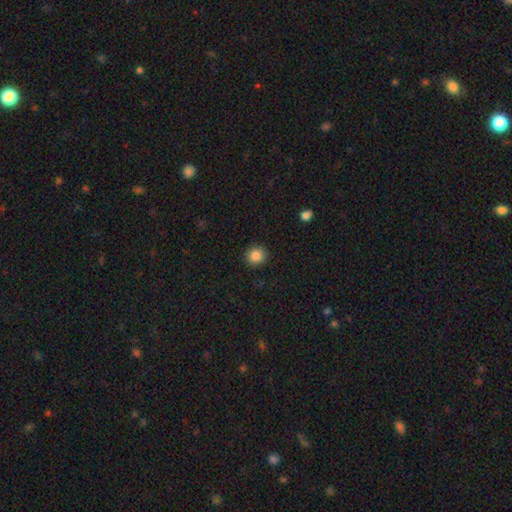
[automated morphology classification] A smooth galaxy with no disk features (86%) that is round (89%). Merging: none (92%).